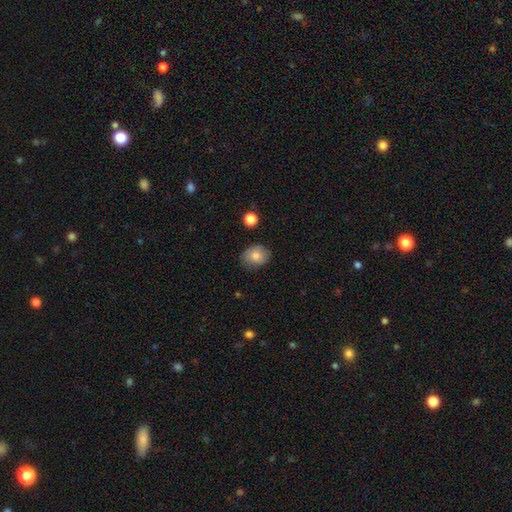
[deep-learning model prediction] smooth_or_featured: smooth (p=0.80) [alt: featured or disk p=0.11]
how_rounded: round (p=0.54) [alt: in between p=0.45]
merging: none (p=0.74) [alt: minor disturbance p=0.20]